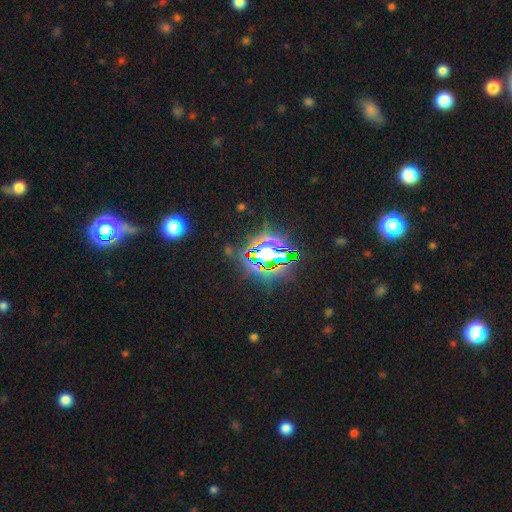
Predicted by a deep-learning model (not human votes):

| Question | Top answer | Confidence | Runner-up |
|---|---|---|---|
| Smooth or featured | star or artifact | 79% | smooth (13%) |